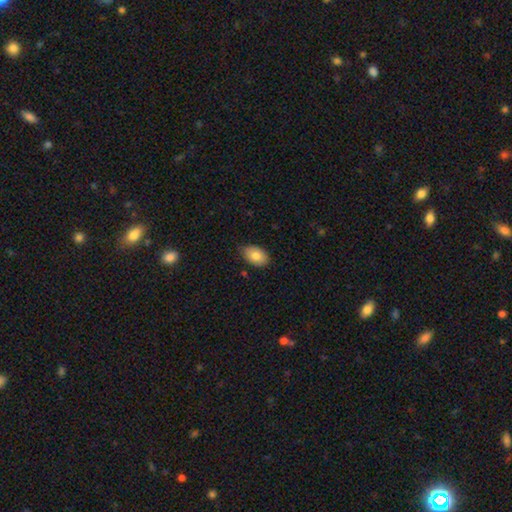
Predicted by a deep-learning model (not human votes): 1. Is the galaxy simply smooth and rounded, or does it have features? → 81% smooth, 12% featured or disk, 7% star or artifact.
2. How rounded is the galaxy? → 88% in between, 11% round, 1% cigar-shaped.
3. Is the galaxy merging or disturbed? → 80% none, 16% minor disturbance, 2% major disturbance, 1% merger.